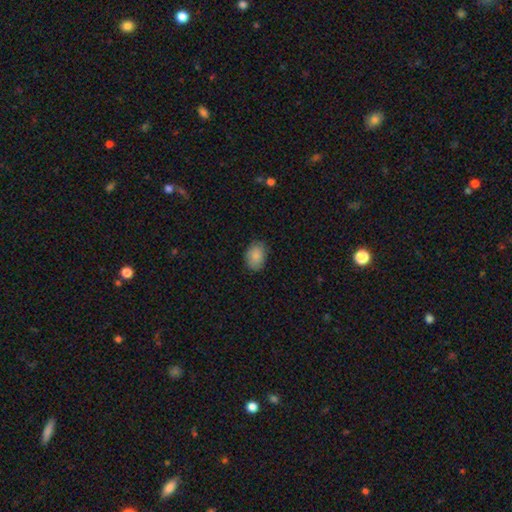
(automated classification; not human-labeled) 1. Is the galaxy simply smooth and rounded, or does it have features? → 86% smooth, 7% star or artifact, 7% featured or disk.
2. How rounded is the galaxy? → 71% in between, 28% round, 1% cigar-shaped.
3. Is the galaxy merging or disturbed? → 80% none, 16% minor disturbance, 3% major disturbance, 1% merger.